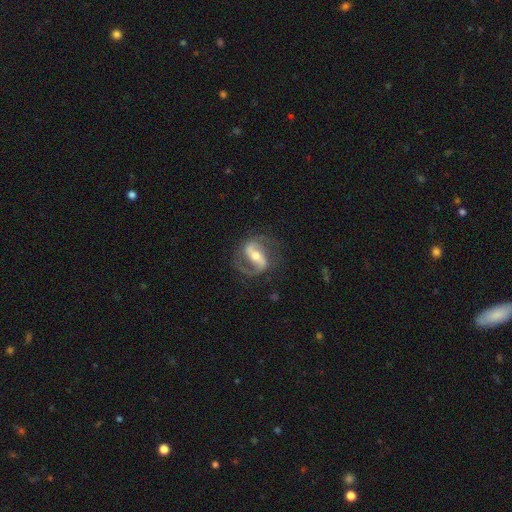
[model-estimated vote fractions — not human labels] Smooth or featured? featured or disk (88%)
Edge-on disk? no (96%)
Bar? strong (53%)
Spiral arms? yes (96%)
Spiral winding? medium (52%)
Spiral arm count? 2 (90%)
Bulge size? moderate (59%)
Merging? none (77%)